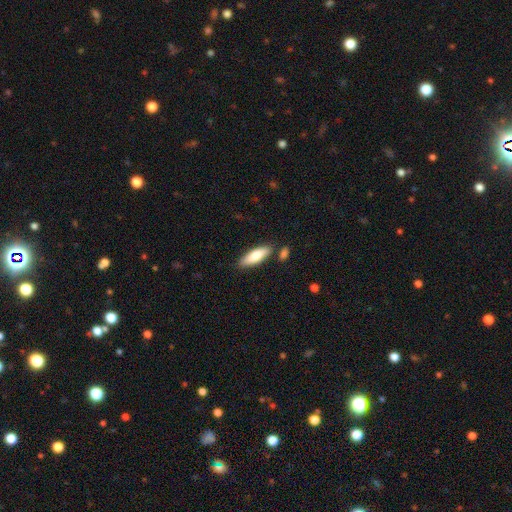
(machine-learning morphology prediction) Smooth or featured? Predicted: smooth (p=0.80). How rounded? Predicted: in between (p=0.55). Merging? Predicted: none (p=0.79).